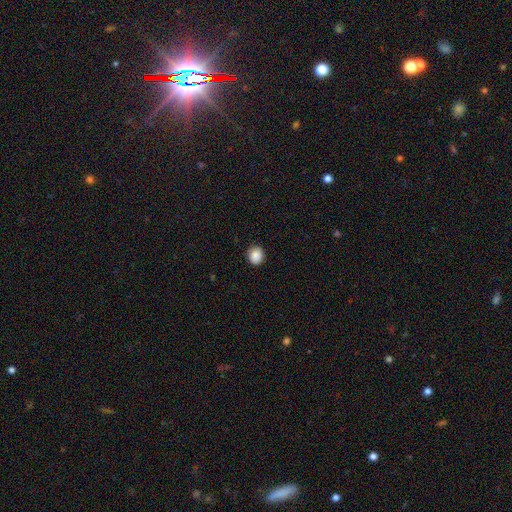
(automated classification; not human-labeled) Overall: smooth (88%). How rounded: round (78%). Merging: none (89%).